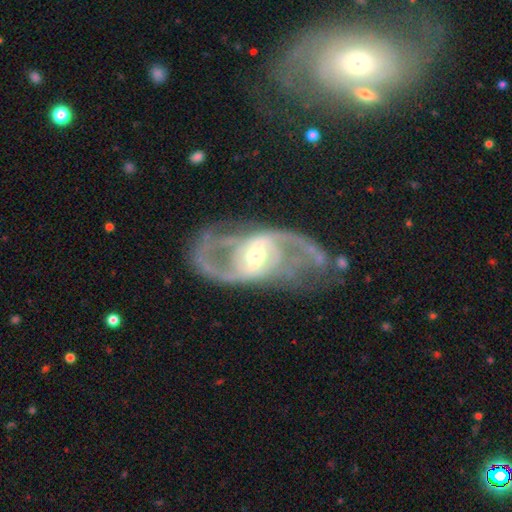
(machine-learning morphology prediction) smooth-or-featured: featured or disk: 88% | smooth: 7% | star or artifact: 5%
  disk-edge-on: no: 94% | yes: 6%
    bar: strong: 46% | weak: 37% | no: 16%
    has-spiral-arms: yes: 88% | no: 12%
      spiral-winding: medium: 48% | tight: 26% | loose: 26%
      spiral-arm-count: 2: 81% | can't tell: 9% | 1: 4% | 3: 3% | 4: 2% | more than 4: 2%
    bulge-size: moderate: 54% | small: 38% | large: 5% | none: 1% | dominant: 1%
  merging: none: 62% | minor disturbance: 17% | major disturbance: 17% | merger: 4%